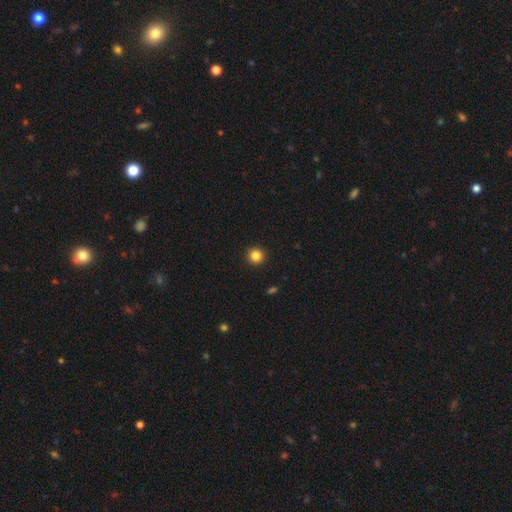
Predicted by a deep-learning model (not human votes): This appears to be a smooth galaxy with no disk features (85%) that is round (95%). Merging: none (93%).